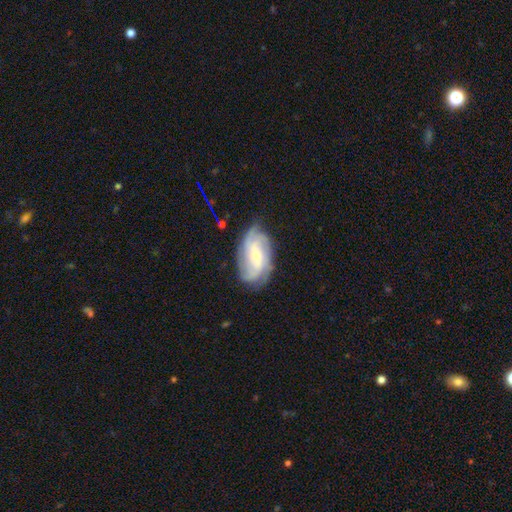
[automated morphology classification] Smooth or featured? Predicted: featured or disk (p=0.78). Edge-on disk? Predicted: no (p=0.96). Bar? Predicted: no (p=0.55). Spiral arms? Predicted: yes (p=0.95). Spiral winding? Predicted: tight (p=0.44). Spiral arm count? Predicted: 3 (p=0.30). Bulge size? Predicted: small (p=0.64). Merging? Predicted: none (p=0.74).